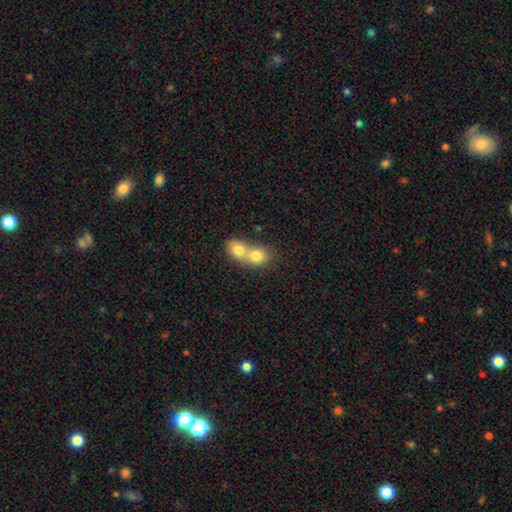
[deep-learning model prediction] This appears to be a smooth galaxy with no disk features (72%) that is round (59%). Merging: merger (75%).